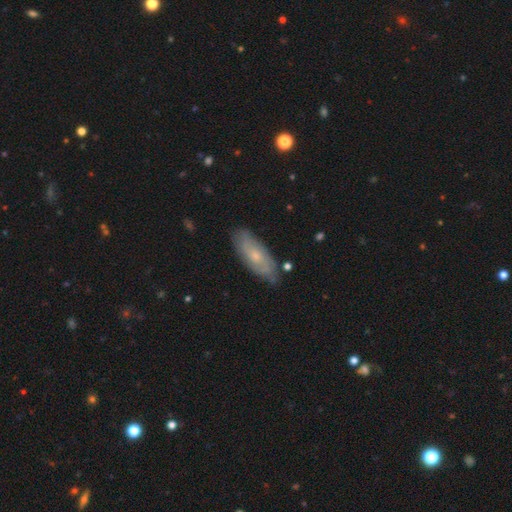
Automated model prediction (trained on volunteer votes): A smooth galaxy with no disk features (50%).

Vote fractions:
- Smooth or featured? smooth: 50% / featured or disk: 44% / star or artifact: 7%
- Merging? none: 78% / minor disturbance: 17% / major disturbance: 3% / merger: 2%